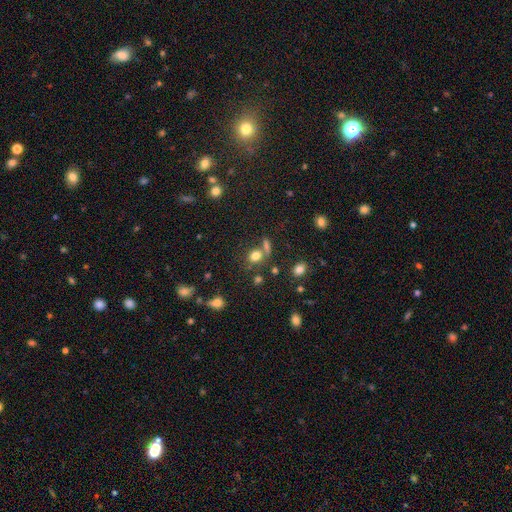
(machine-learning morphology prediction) smooth-or-featured: smooth: 75% | star or artifact: 16% | featured or disk: 9%
  how-rounded: round: 60% | in between: 38% | cigar-shaped: 2%
  merging: none: 57% | merger: 25% | minor disturbance: 12% | major disturbance: 6%